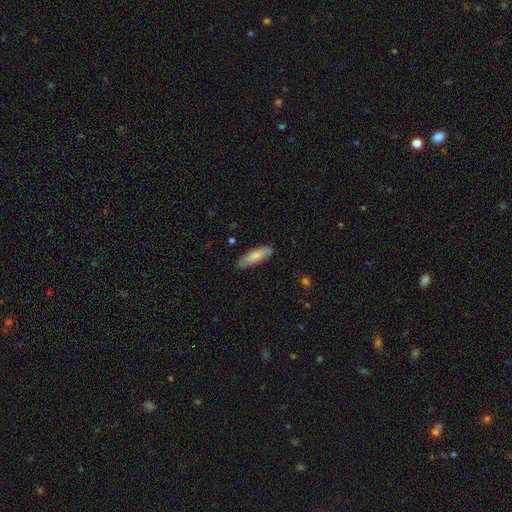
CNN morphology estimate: smooth_or_featured: smooth (p=0.74) [alt: featured or disk p=0.21]
how_rounded: in between (p=0.51) [alt: cigar-shaped p=0.48]
merging: none (p=0.82) [alt: minor disturbance p=0.15]